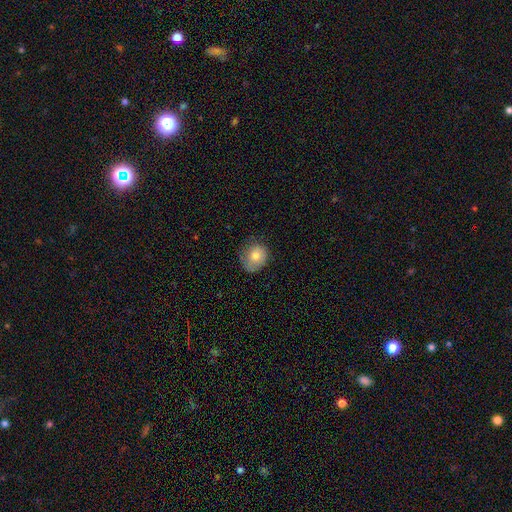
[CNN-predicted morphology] type=smooth (73%); roundness=round (65%); merging=none (64%).